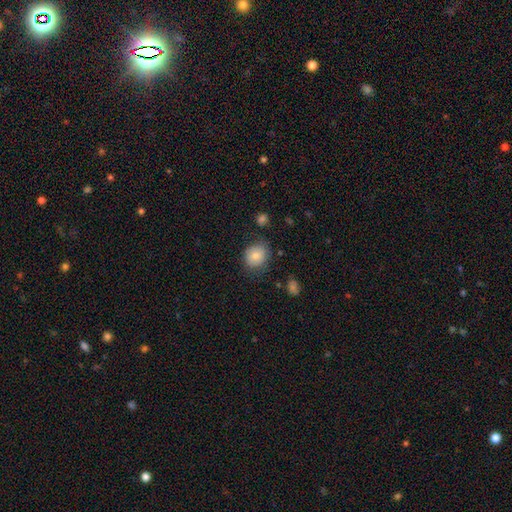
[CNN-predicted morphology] Smooth or featured?
  - smooth: 76% *
  - featured or disk: 15%
  - star or artifact: 9%
How rounded?
  - round: 67% *
  - in between: 32%
  - cigar-shaped: 1%
Merging?
  - none: 71% *
  - minor disturbance: 20%
  - major disturbance: 6%
  - merger: 2%